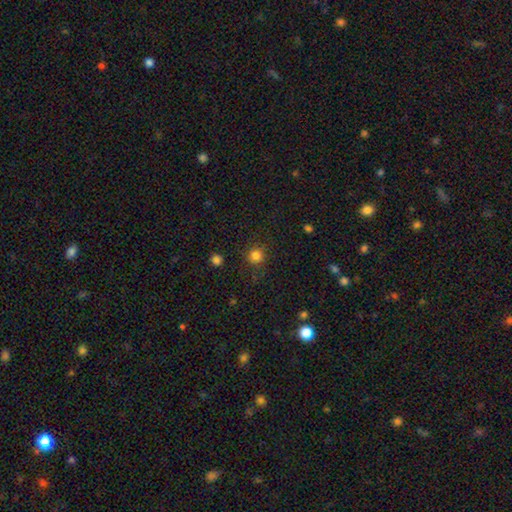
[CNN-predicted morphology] smooth-or-featured: smooth: 82% | star or artifact: 14% | featured or disk: 4%
  how-rounded: round: 93% | in between: 6% | cigar-shaped: 1%
  merging: none: 85% | minor disturbance: 9% | major disturbance: 4% | merger: 2%